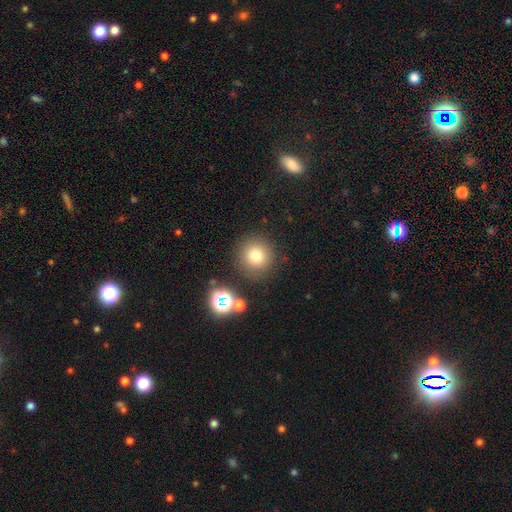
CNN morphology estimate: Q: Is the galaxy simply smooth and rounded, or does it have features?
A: smooth — 77%.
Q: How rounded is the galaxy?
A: round — 94%.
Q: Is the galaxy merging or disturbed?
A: none — 84%.